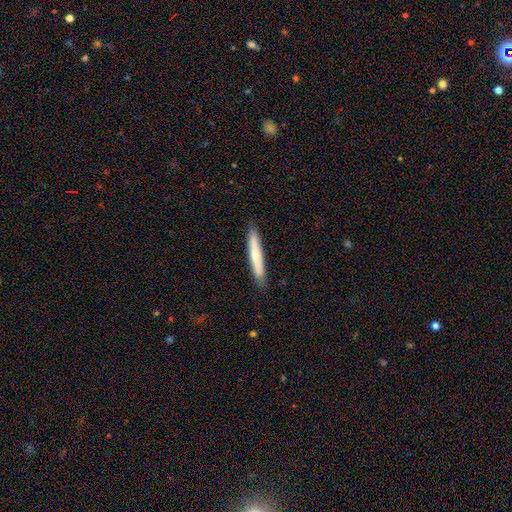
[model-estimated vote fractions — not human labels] Q: Smooth or featured?
A: smooth (62%); runner-up: featured or disk (33%)
Q: How rounded?
A: cigar-shaped (94%); runner-up: in between (5%)
Q: Merging?
A: none (88%); runner-up: minor disturbance (10%)